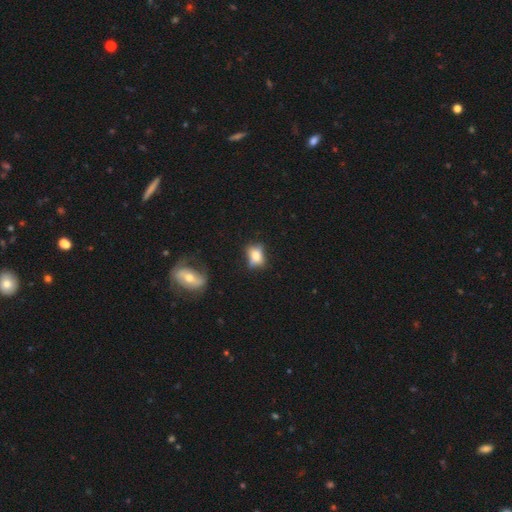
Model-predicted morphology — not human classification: smooth_or_featured: smooth (p=0.64) [alt: featured or disk p=0.24]
how_rounded: in between (p=0.66) [alt: round p=0.31]
merging: none (p=0.55) [alt: minor disturbance p=0.27]